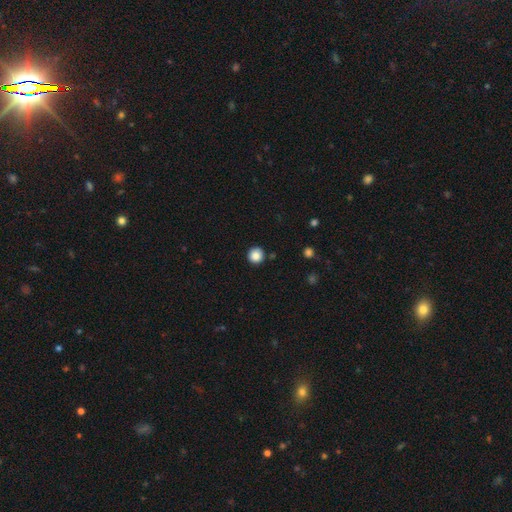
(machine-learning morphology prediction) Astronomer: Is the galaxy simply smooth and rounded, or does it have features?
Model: smooth — 86%.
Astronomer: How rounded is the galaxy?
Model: round — 96%.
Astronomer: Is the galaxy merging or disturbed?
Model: none — 91%.